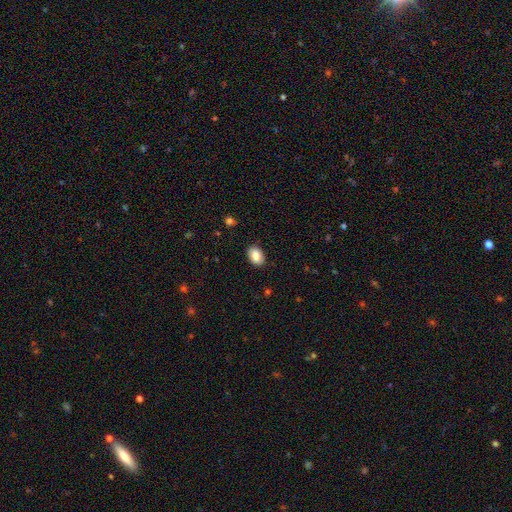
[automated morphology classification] A smooth galaxy with no disk features (86%) that is in between round and cigar-shaped (83%).

Vote fractions:
- Smooth or featured? smooth: 86% / featured or disk: 7% / star or artifact: 7%
- How rounded? in between: 83% / round: 16% / cigar-shaped: 1%
- Merging? none: 88% / minor disturbance: 9% / major disturbance: 2% / merger: 1%